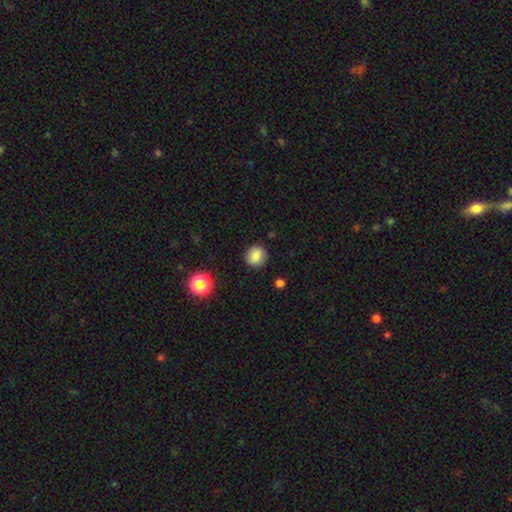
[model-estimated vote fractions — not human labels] Q: Smooth or featured?
A: smooth (83%); runner-up: star or artifact (11%)
Q: How rounded?
A: round (87%); runner-up: in between (12%)
Q: Merging?
A: none (89%); runner-up: minor disturbance (7%)